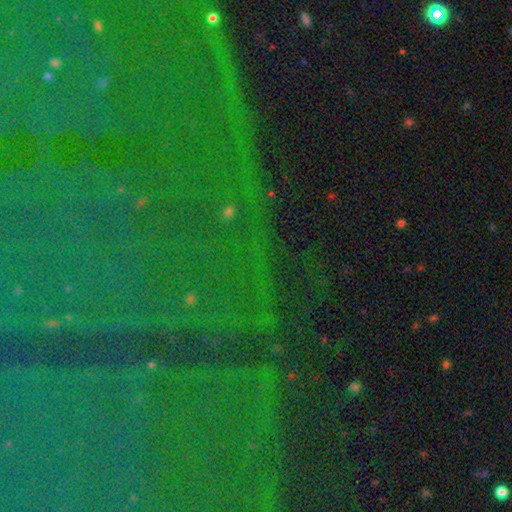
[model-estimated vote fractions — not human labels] smooth-or-featured: star or artifact: 84% | featured or disk: 8% | smooth: 8%